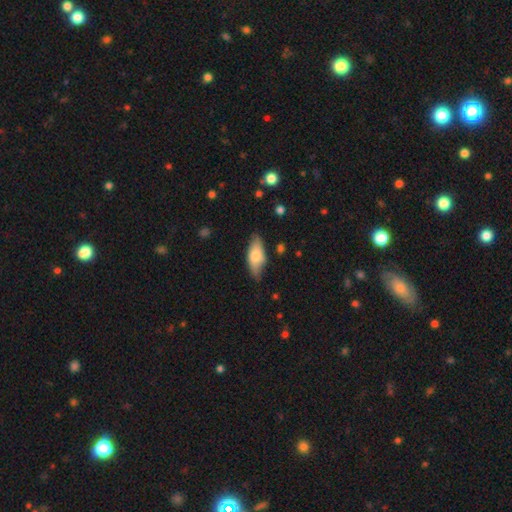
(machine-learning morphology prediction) A smooth galaxy with no disk features (71%) that is in between round and cigar-shaped (80%).

Vote fractions:
- Smooth or featured? smooth: 71% / featured or disk: 23% / star or artifact: 6%
- How rounded? in between: 80% / cigar-shaped: 17% / round: 3%
- Merging? none: 75% / minor disturbance: 20% / major disturbance: 3% / merger: 2%